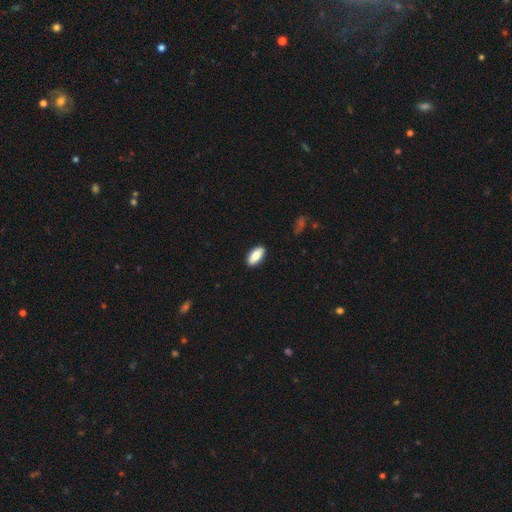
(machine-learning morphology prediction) smooth 86%, featured or disk 8%, star or artifact 6%. Down the decision tree: how rounded — in between (88%); merging — none (90%).